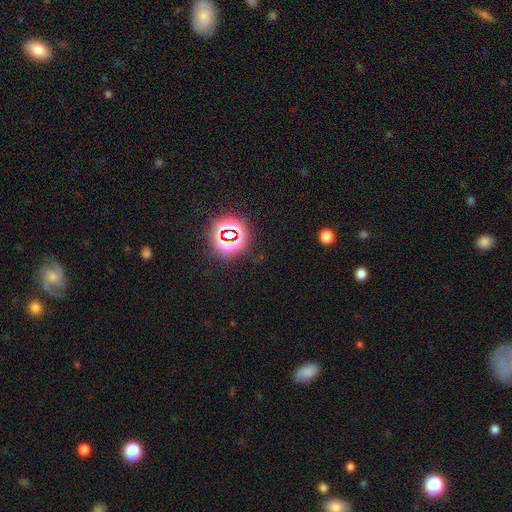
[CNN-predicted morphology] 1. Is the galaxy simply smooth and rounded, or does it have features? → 75% star or artifact, 17% smooth, 8% featured or disk.